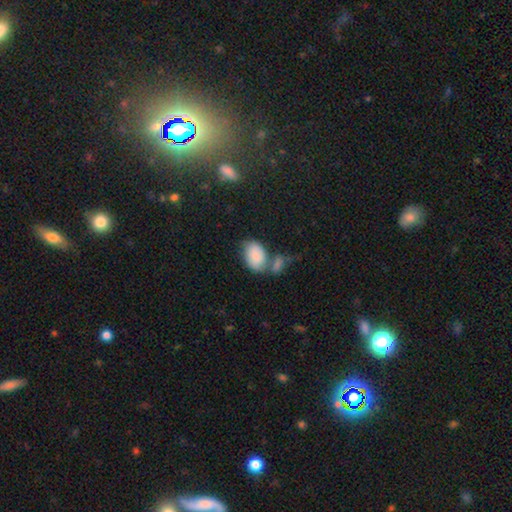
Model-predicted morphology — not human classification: Smooth or featured: smooth — 81% (featured or disk — 12%)
How rounded: in between — 85% (round — 14%)
Merging: merger — 43% (none — 32%)